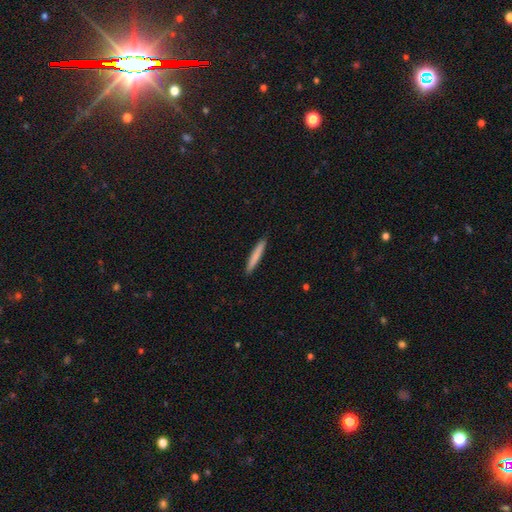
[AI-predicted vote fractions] Morphology: type=smooth (79%); roundness=cigar-shaped (95%); merging=none (91%).